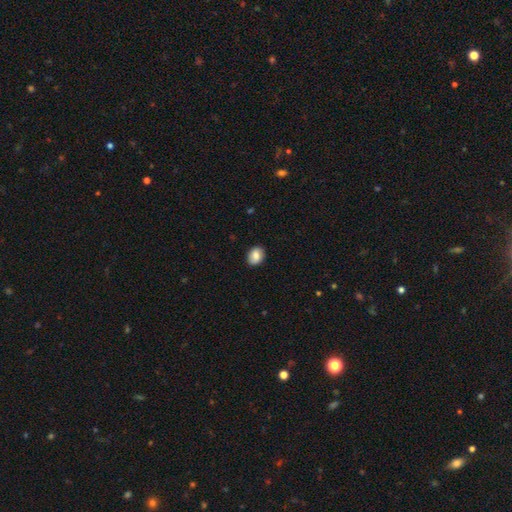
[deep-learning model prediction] A smooth galaxy with no disk features (79%) that is in between round and cigar-shaped (57%). Merging: none (87%).